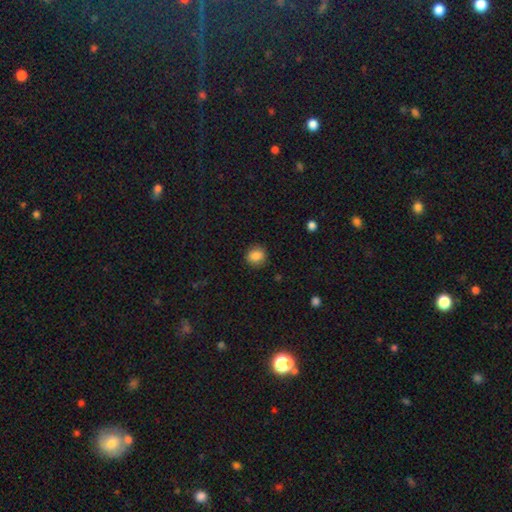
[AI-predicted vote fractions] This appears to be a smooth galaxy with no disk features (86%) that is round (82%). Merging: none (87%).